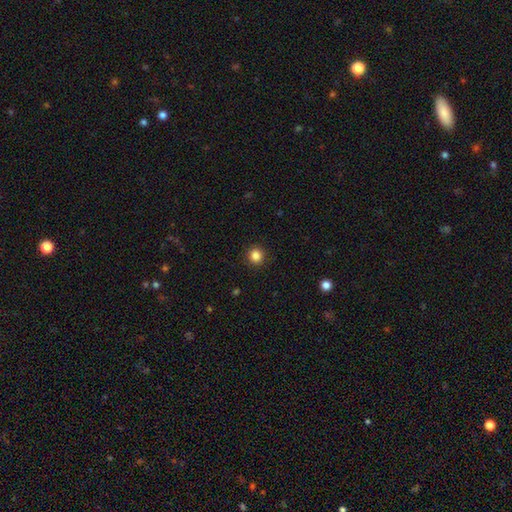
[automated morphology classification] Smooth or featured? smooth (85%)
How rounded? round (92%)
Merging? none (92%)